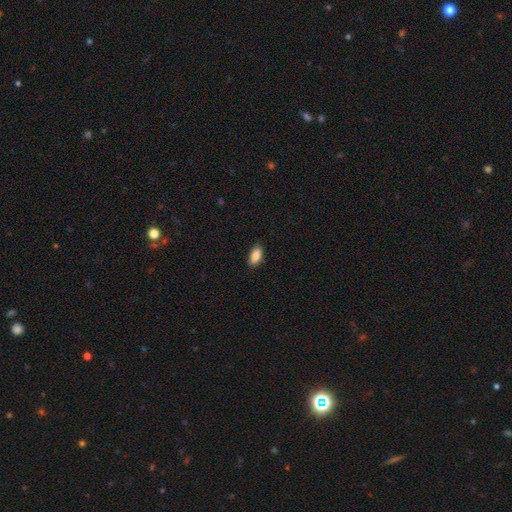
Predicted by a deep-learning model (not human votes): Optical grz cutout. It shows a smooth galaxy with no disk features (87%) that is in between round and cigar-shaped (90%). Merging: none (88%).